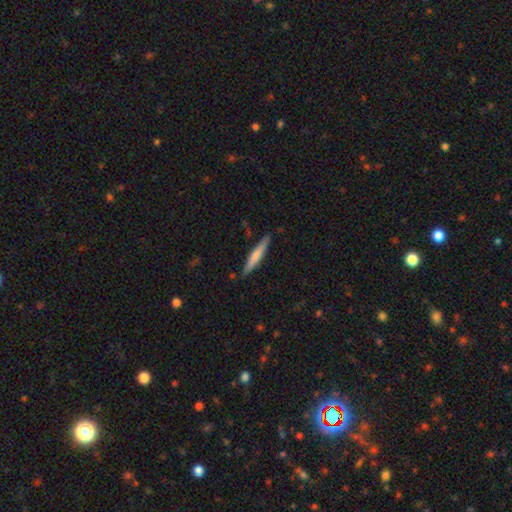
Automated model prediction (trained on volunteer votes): Overall: smooth (64%; featured or disk 30%). How rounded: cigar-shaped (93%). Merging: none (87%).